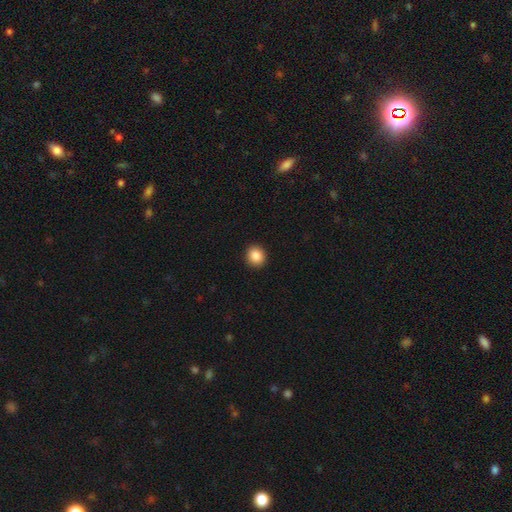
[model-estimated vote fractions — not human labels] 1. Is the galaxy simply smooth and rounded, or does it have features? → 87% smooth, 9% star or artifact, 4% featured or disk.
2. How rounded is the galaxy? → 81% round, 18% in between, 1% cigar-shaped.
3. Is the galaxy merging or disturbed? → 92% none, 6% minor disturbance, 2% major disturbance, 1% merger.